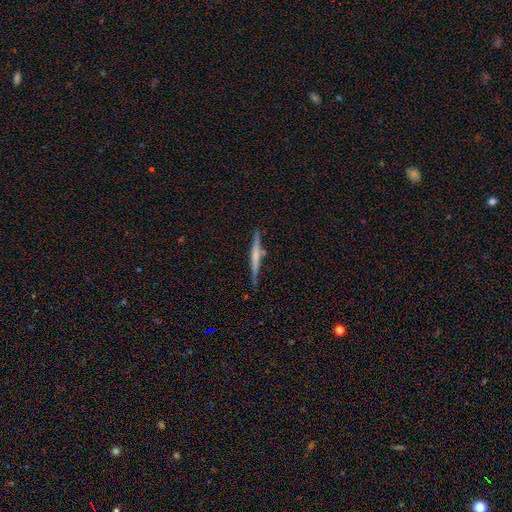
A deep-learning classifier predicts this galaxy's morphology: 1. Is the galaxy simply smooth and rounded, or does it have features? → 59% featured or disk, 35% smooth, 6% star or artifact.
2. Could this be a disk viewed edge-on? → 97% yes, 3% no.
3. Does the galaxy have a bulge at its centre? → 43% none, 41% rounded, 16% boxy.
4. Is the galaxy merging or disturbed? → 84% none, 10% minor disturbance, 3% merger, 2% major disturbance.